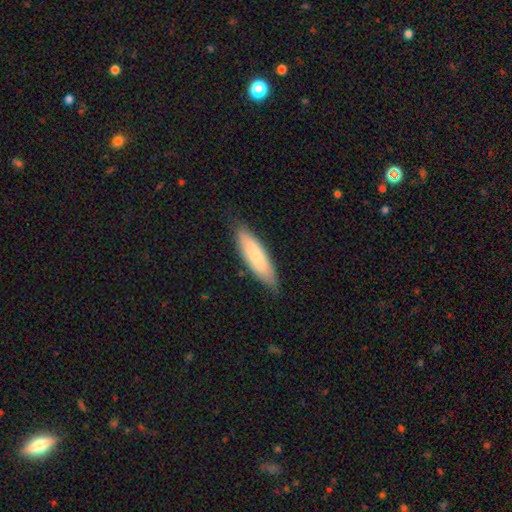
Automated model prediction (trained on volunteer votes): Smooth or featured? smooth (78%)
How rounded? cigar-shaped (62%)
Merging? none (83%)